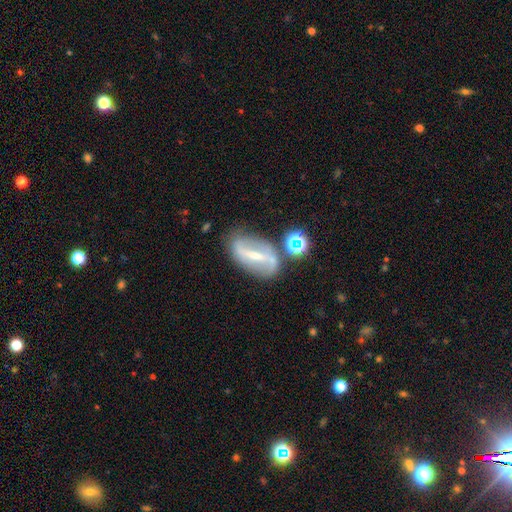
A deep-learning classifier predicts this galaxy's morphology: This appears to be a featured or disk galaxy (73%) with a strong bar (66%), spiral arms (70%) and a small central bulge (53%). Merging: none (65%).